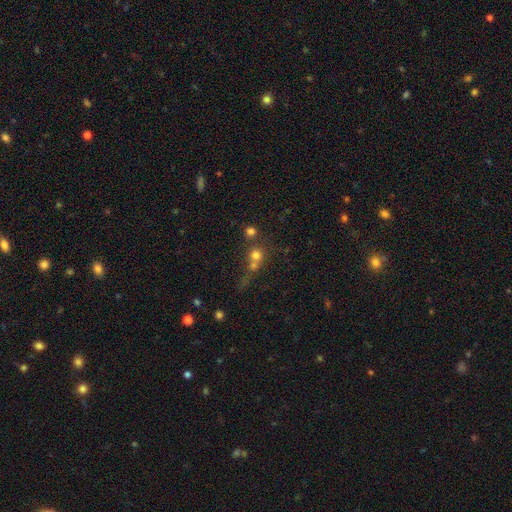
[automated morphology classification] smooth-or-featured: smooth: 65% | star or artifact: 19% | featured or disk: 16%
  how-rounded: round: 88% | in between: 11% | cigar-shaped: 2%
  merging: merger: 50% | none: 39% | minor disturbance: 6% | major disturbance: 5%